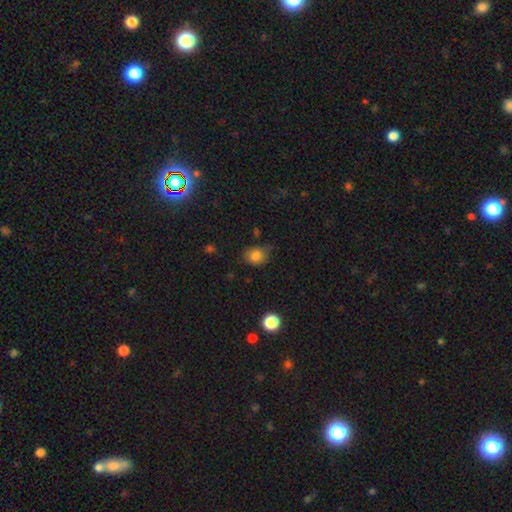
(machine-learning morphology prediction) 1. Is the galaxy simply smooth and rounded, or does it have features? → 82% smooth, 11% star or artifact, 7% featured or disk.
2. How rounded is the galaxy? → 55% round, 44% in between, 1% cigar-shaped.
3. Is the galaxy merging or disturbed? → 66% none, 26% minor disturbance, 6% major disturbance, 2% merger.